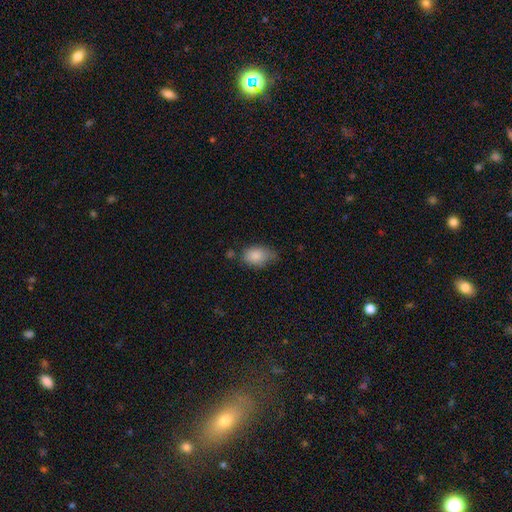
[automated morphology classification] This appears to be a smooth galaxy with no disk features (85%) that is in between round and cigar-shaped (84%). Merging: none (50%).